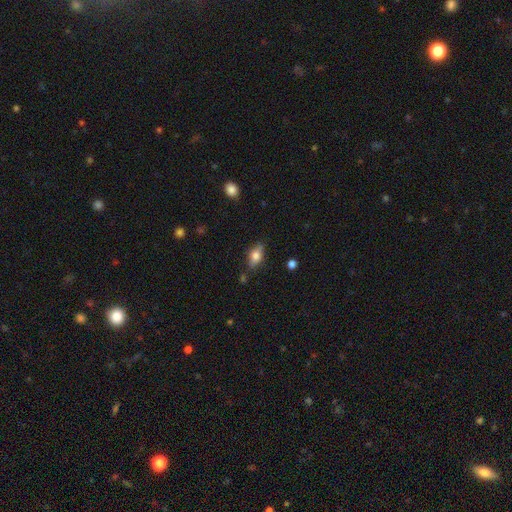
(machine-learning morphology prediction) smooth-or-featured: smooth: 69% | featured or disk: 22% | star or artifact: 8%
  how-rounded: in between: 82% | cigar-shaped: 10% | round: 7%
  merging: none: 77% | minor disturbance: 17% | major disturbance: 4% | merger: 3%